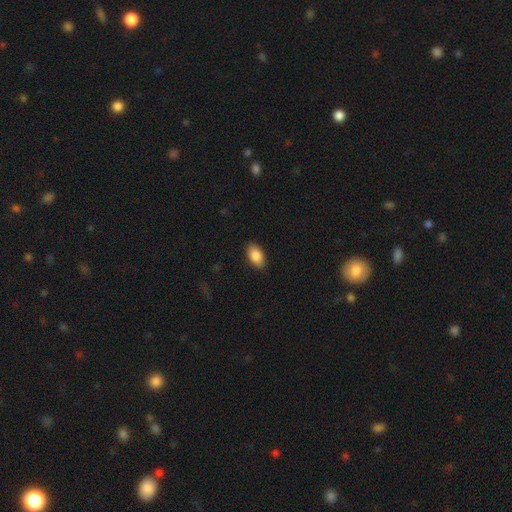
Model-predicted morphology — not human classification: This is clearly a smooth galaxy (87%). How rounded: clearly in between (94%). Merging: clearly none (89%).